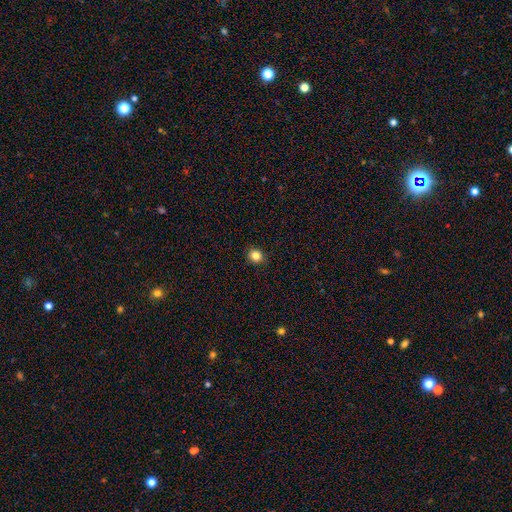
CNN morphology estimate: smooth-or-featured: smooth: 85% | star or artifact: 11% | featured or disk: 4%
  how-rounded: round: 79% | in between: 20% | cigar-shaped: 1%
  merging: none: 91% | minor disturbance: 6% | major disturbance: 2% | merger: 1%